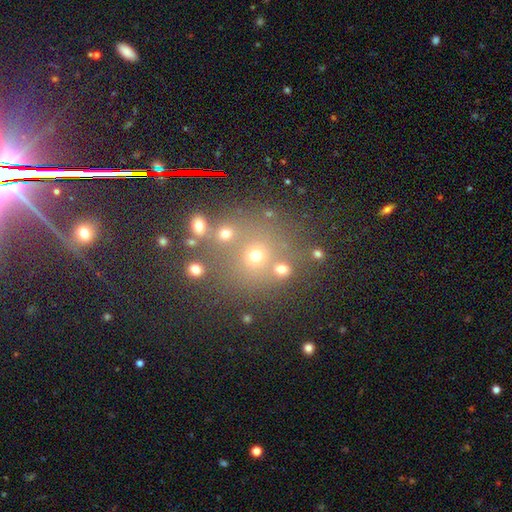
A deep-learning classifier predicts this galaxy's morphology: Smooth or featured? Predicted: star or artifact (p=0.56).